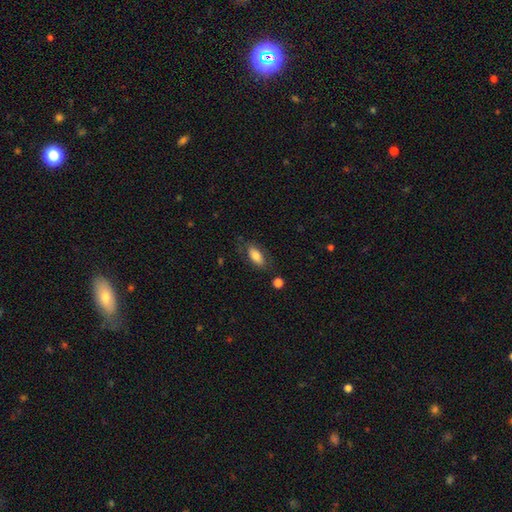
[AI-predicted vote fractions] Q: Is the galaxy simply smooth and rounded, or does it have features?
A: smooth — 76%.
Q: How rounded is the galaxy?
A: in between — 85%.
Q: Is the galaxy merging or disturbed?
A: none — 74%.